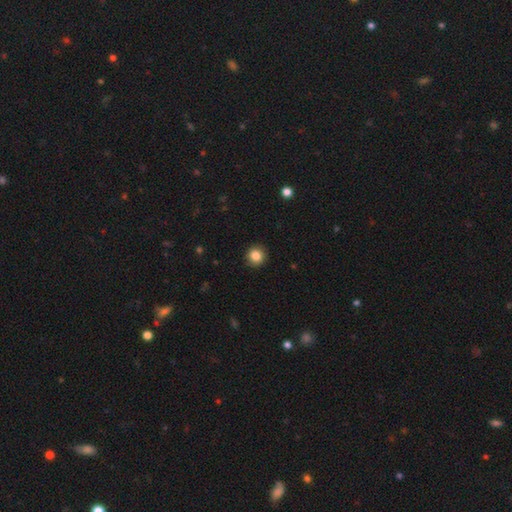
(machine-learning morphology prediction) Smooth or featured?
  - smooth: 85% *
  - star or artifact: 10%
  - featured or disk: 5%
How rounded?
  - round: 93% *
  - in between: 6%
  - cigar-shaped: 1%
Merging?
  - none: 91% *
  - minor disturbance: 6%
  - major disturbance: 2%
  - merger: 1%